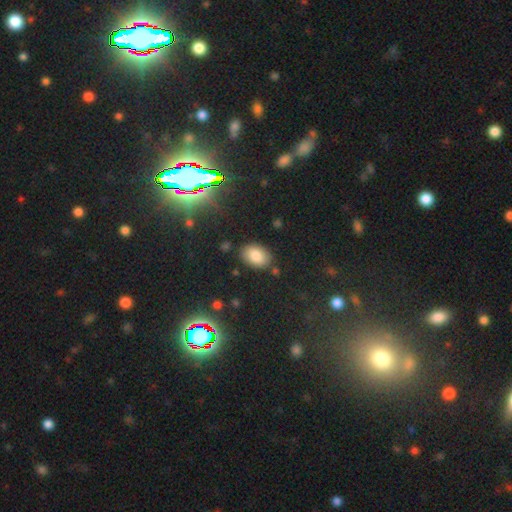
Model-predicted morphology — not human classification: Q: Smooth or featured?
A: smooth (82%); runner-up: star or artifact (11%)
Q: How rounded?
A: in between (84%); runner-up: round (14%)
Q: Merging?
A: none (83%); runner-up: minor disturbance (11%)